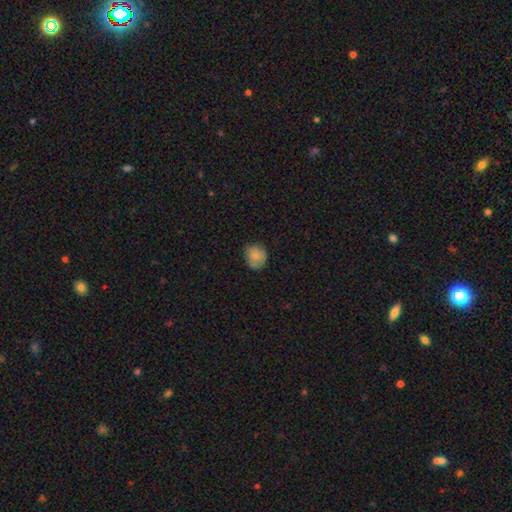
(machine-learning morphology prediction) Smooth or featured? smooth (80%)
How rounded? round (78%)
Merging? none (72%)